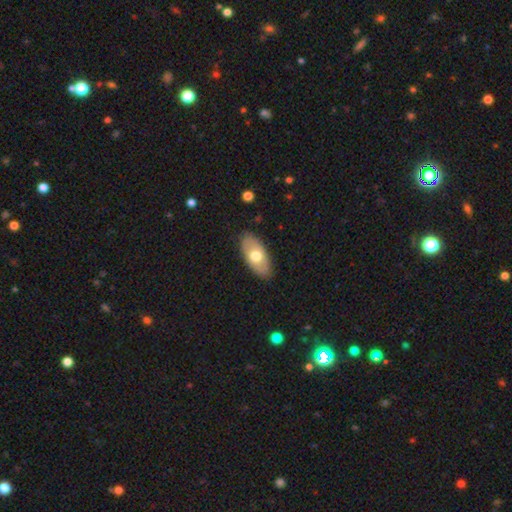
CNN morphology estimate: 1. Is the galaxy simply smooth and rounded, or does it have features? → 61% smooth, 33% featured or disk, 5% star or artifact.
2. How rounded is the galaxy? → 92% in between, 5% cigar-shaped, 4% round.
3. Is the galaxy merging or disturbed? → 85% none, 12% minor disturbance, 2% major disturbance, 1% merger.